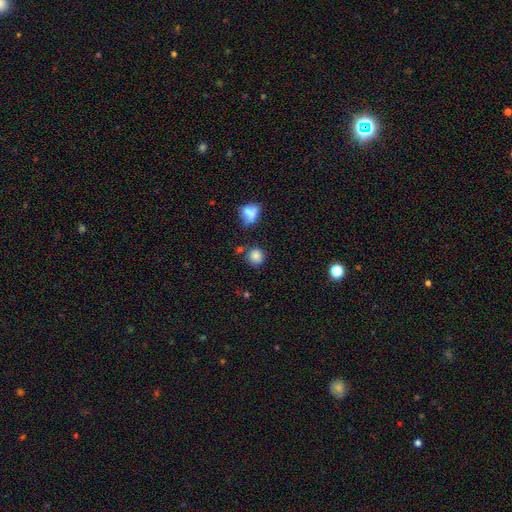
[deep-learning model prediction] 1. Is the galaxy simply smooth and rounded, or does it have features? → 82% smooth, 12% star or artifact, 7% featured or disk.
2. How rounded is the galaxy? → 88% round, 11% in between, 1% cigar-shaped.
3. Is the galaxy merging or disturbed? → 74% none, 14% minor disturbance, 8% merger, 4% major disturbance.